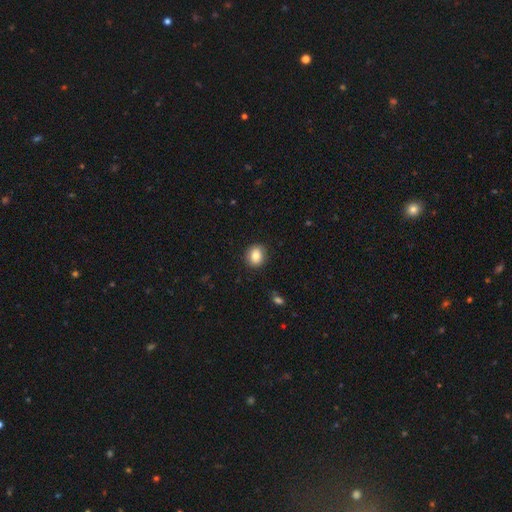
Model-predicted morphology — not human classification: smooth_or_featured: smooth (p=0.83) [alt: star or artifact p=0.09]
how_rounded: round (p=0.66) [alt: in between p=0.33]
merging: none (p=0.89) [alt: minor disturbance p=0.08]